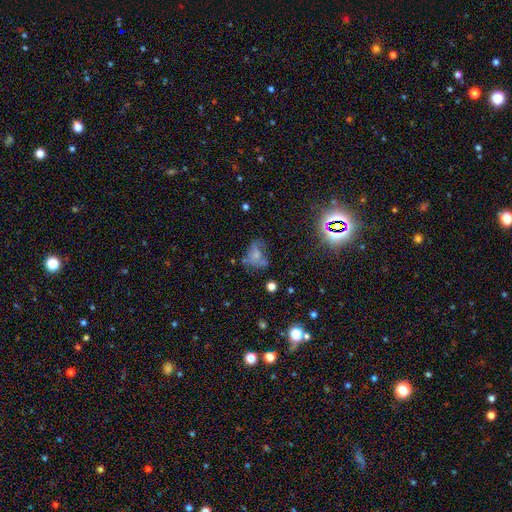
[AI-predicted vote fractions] smooth-or-featured: smooth: 48% | featured or disk: 31% | star or artifact: 21%
  merging: none: 33% | major disturbance: 32% | minor disturbance: 24% | merger: 11%